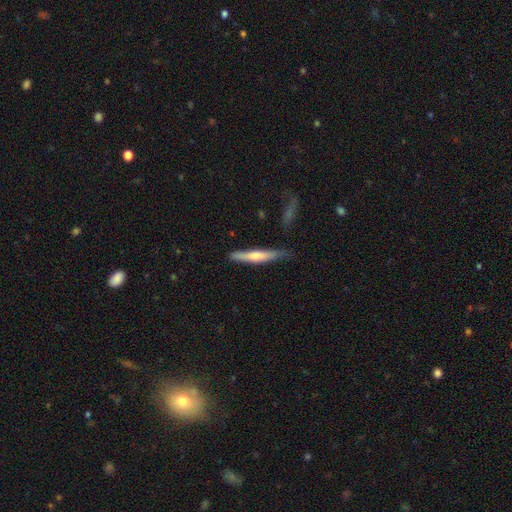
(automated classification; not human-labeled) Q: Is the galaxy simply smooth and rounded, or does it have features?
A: featured or disk — 50%.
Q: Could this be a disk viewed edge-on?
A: yes — 94%.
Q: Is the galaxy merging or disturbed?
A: none — 79%.